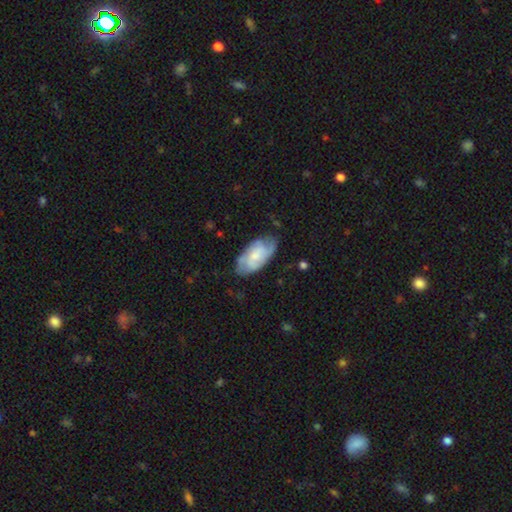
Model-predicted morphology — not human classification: Smooth or featured?
  - featured or disk: 59% *
  - smooth: 35%
  - star or artifact: 6%
Edge-on disk?
  - no: 94% *
  - yes: 6%
Bar?
  - no: 63% *
  - weak: 31%
  - strong: 6%
Spiral arms?
  - yes: 85% *
  - no: 15%
Bulge size?
  - small: 42% *
  - moderate: 38%
  - none: 12%
  - large: 7%
  - dominant: 1%
Merging?
  - none: 66% *
  - minor disturbance: 25%
  - major disturbance: 7%
  - merger: 2%